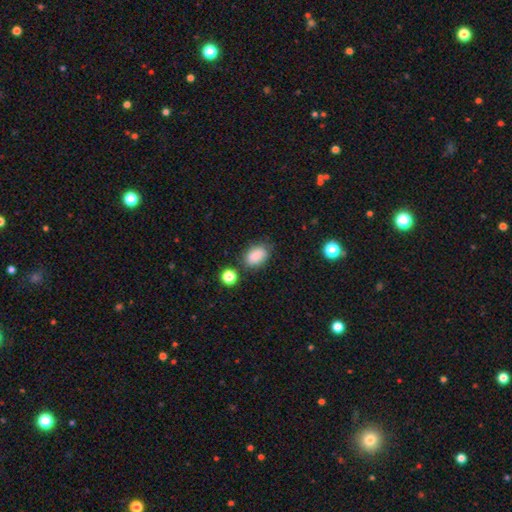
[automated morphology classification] A smooth galaxy with no disk features (84%) that is in between round and cigar-shaped (82%). Merging: none (71%).